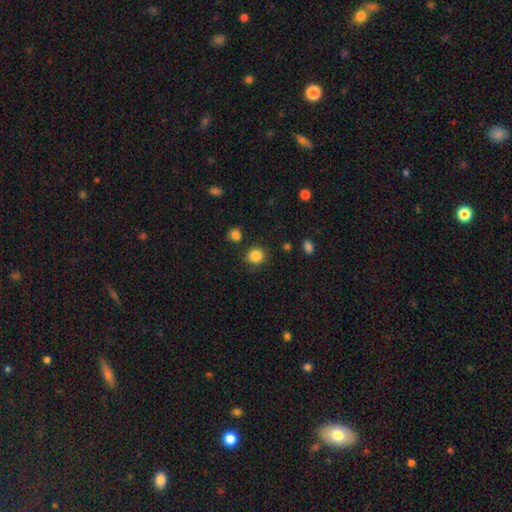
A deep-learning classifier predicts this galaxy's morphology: Smooth or featured: smooth — 86% (star or artifact — 10%)
How rounded: round — 86% (in between — 13%)
Merging: none — 83% (minor disturbance — 10%)